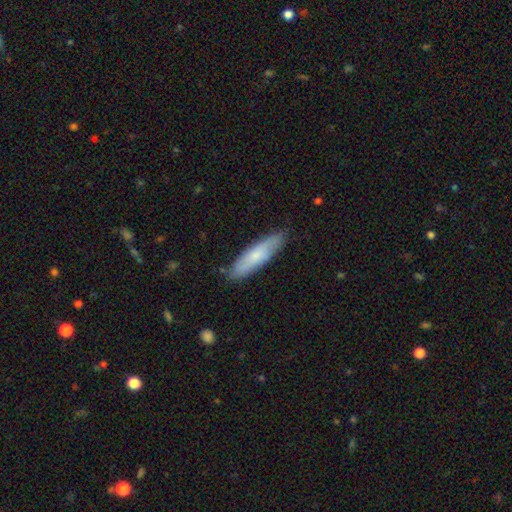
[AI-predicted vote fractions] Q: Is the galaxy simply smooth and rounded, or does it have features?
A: smooth — 67%.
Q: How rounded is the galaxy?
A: cigar-shaped — 71%.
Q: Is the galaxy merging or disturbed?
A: none — 82%.